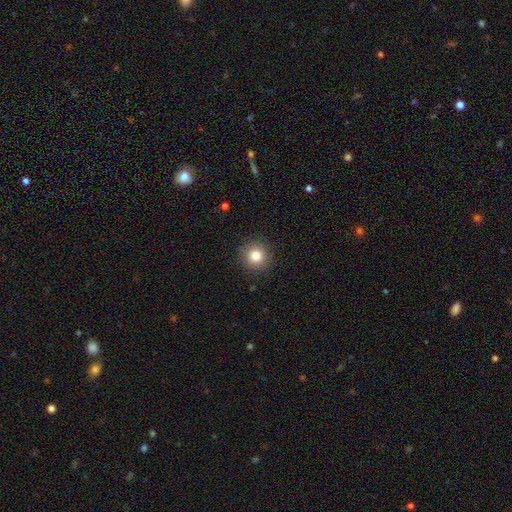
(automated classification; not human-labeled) smooth_or_featured: smooth (p=0.82) [alt: star or artifact p=0.11]
how_rounded: round (p=0.93) [alt: in between p=0.06]
merging: none (p=0.91) [alt: minor disturbance p=0.06]